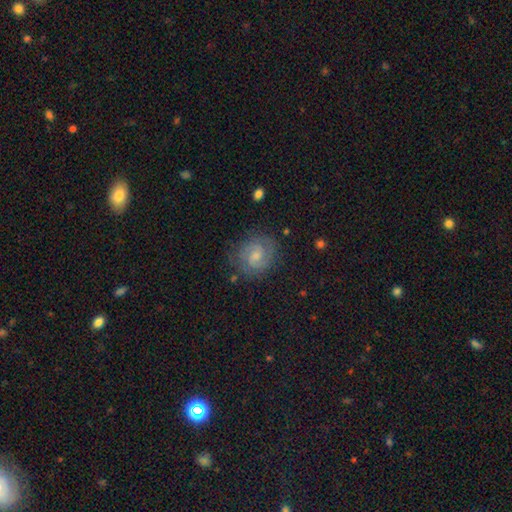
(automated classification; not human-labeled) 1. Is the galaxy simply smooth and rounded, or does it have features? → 72% featured or disk, 20% smooth, 8% star or artifact.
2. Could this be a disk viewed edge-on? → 98% no, 2% yes.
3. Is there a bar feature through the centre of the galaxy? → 52% weak, 39% no, 9% strong.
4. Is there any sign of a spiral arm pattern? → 94% yes, 6% no.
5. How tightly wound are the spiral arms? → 48% tight, 42% medium, 10% loose.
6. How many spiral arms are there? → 82% 2, 9% can't tell, 4% 3, 2% 1, 1% 4, 1% more than 4.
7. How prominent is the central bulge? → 50% small, 36% moderate, 10% none, 3% large, 1% dominant.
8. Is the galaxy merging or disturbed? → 80% none, 14% minor disturbance, 5% major disturbance, 1% merger.